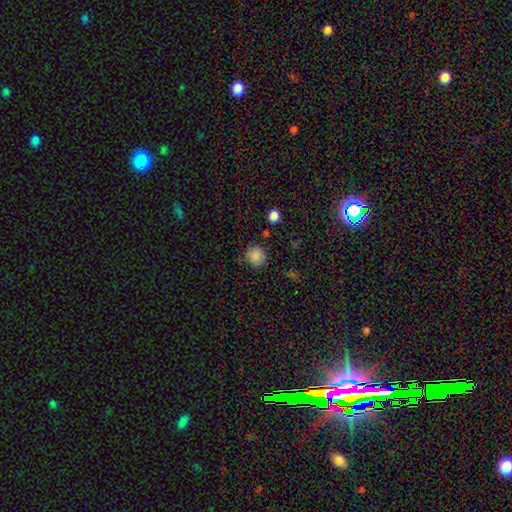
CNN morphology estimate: A smooth galaxy with no disk features (85%) that is round (92%).

Vote fractions:
- Smooth or featured? smooth: 85% / star or artifact: 11% / featured or disk: 4%
- How rounded? round: 92% / in between: 7% / cigar-shaped: 1%
- Merging? none: 83% / minor disturbance: 11% / merger: 3% / major disturbance: 3%